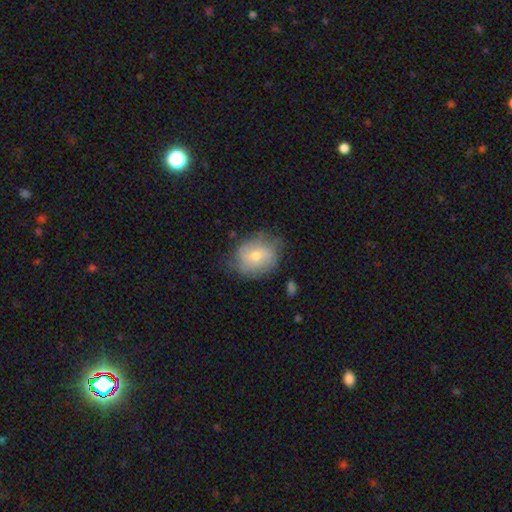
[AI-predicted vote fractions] Smooth or featured: smooth — 58% (featured or disk — 34%)
How rounded: round — 62% (in between — 37%)
Merging: none — 65% (minor disturbance — 26%)